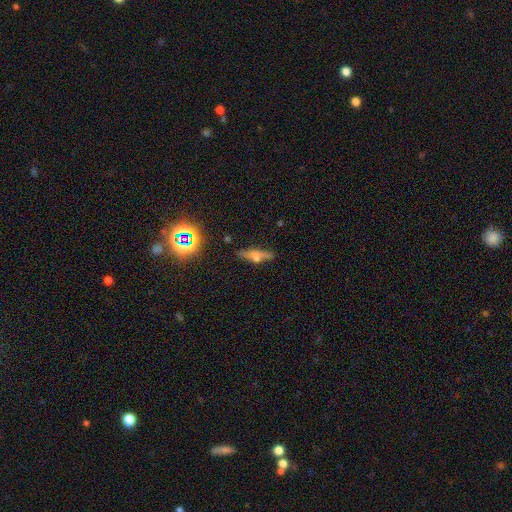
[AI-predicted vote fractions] Overall: smooth (43%; featured or disk 42%). Merging: none (69%).